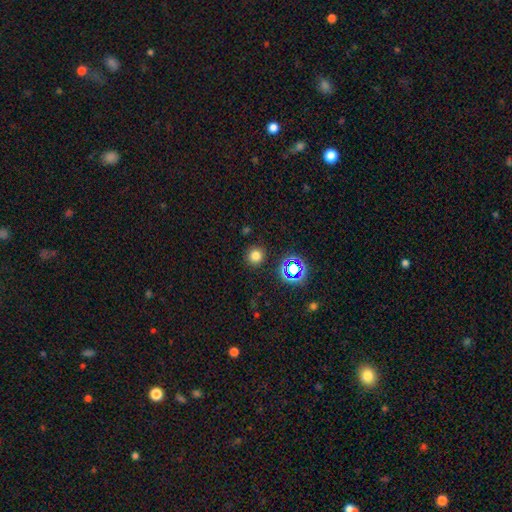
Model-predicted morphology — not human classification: A smooth galaxy with no disk features (74%) that is round (91%).

Vote fractions:
- Smooth or featured? smooth: 74% / star or artifact: 20% / featured or disk: 6%
- How rounded? round: 91% / in between: 8% / cigar-shaped: 1%
- Merging? none: 89% / minor disturbance: 7% / major disturbance: 3% / merger: 2%